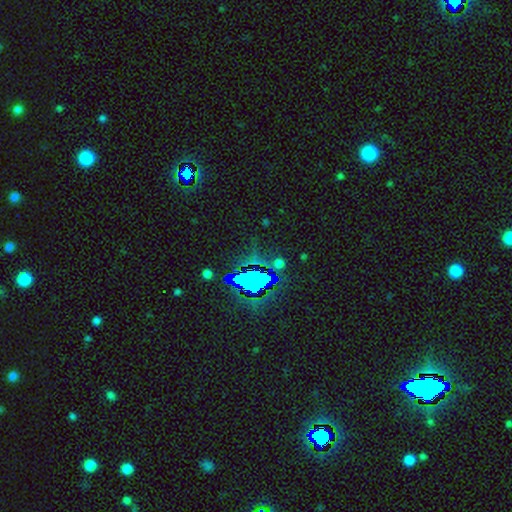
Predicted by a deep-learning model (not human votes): star or artifact 82%, smooth 10%, featured or disk 8%.